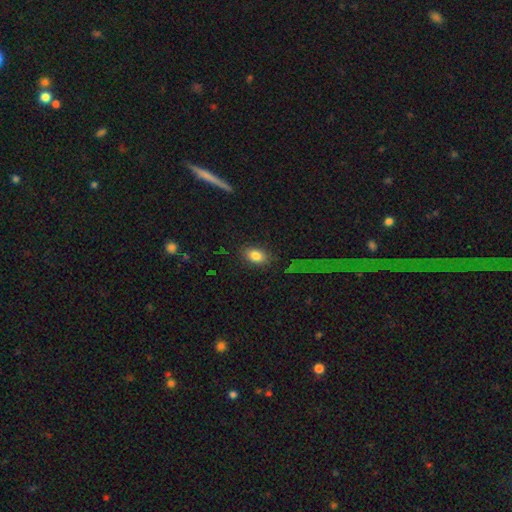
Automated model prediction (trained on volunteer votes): Q: Smooth or featured?
A: smooth (84%); runner-up: star or artifact (8%)
Q: How rounded?
A: in between (84%); runner-up: round (14%)
Q: Merging?
A: none (84%); runner-up: minor disturbance (11%)